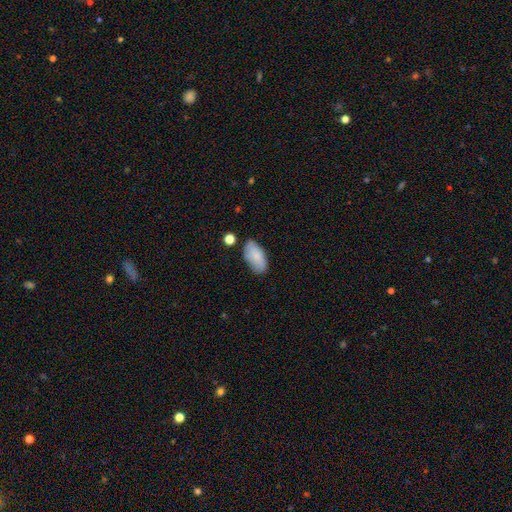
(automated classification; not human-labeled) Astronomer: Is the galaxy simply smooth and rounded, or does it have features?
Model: smooth — 82%.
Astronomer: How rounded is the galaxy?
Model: in between — 94%.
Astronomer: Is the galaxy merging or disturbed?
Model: none — 75%.